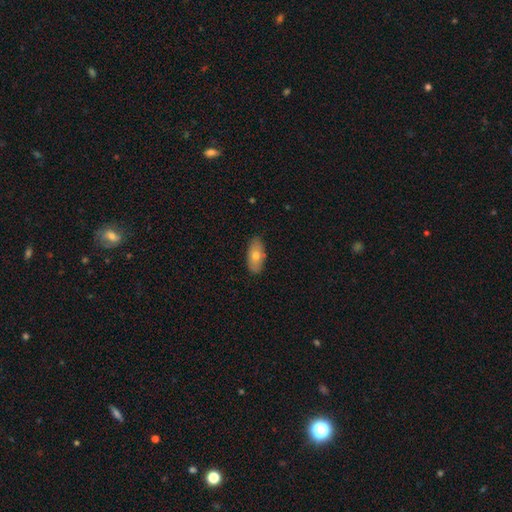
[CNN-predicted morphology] Smooth or featured? Predicted: smooth (p=0.67). How rounded? Predicted: in between (p=0.87). Merging? Predicted: none (p=0.86).